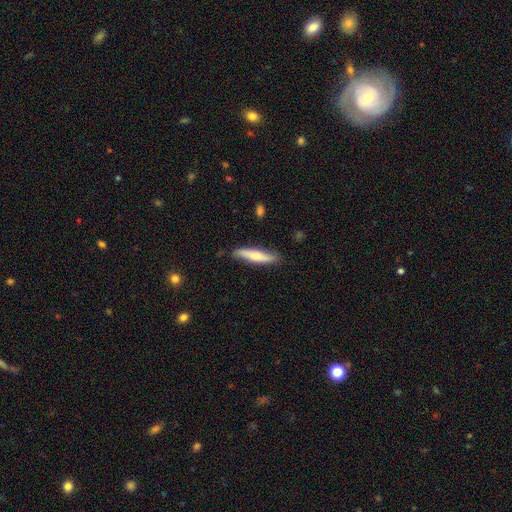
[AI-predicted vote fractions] Morphology: type=smooth (62%); roundness=cigar-shaped (83%); merging=none (82%).